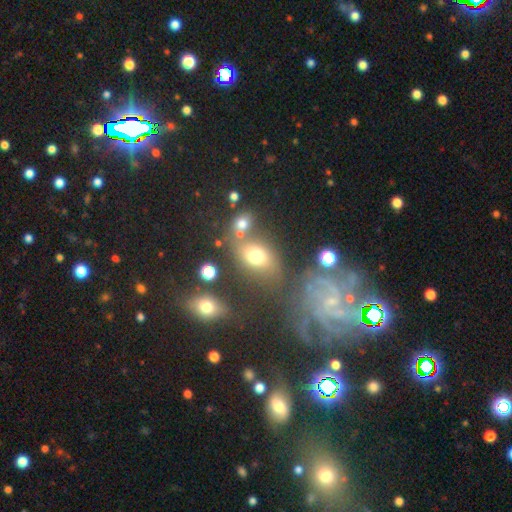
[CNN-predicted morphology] Smooth or featured? smooth (68%)
How rounded? in between (65%)
Merging? none (51%)